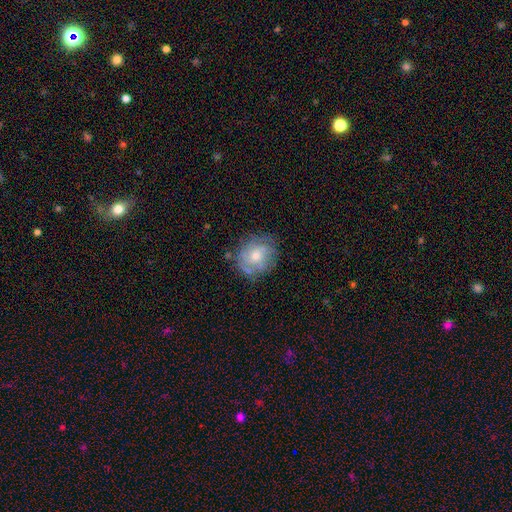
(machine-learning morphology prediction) smooth_or_featured: featured or disk (p=0.59) [alt: smooth p=0.33]
disk_edge_on: no (p=0.97) [alt: yes p=0.03]
bar: no (p=0.75) [alt: weak p=0.22]
has_spiral_arms: yes (p=0.76) [alt: no p=0.24]
bulge_size: moderate (p=0.54) [alt: small p=0.37]
merging: none (p=0.70) [alt: minor disturbance p=0.19]